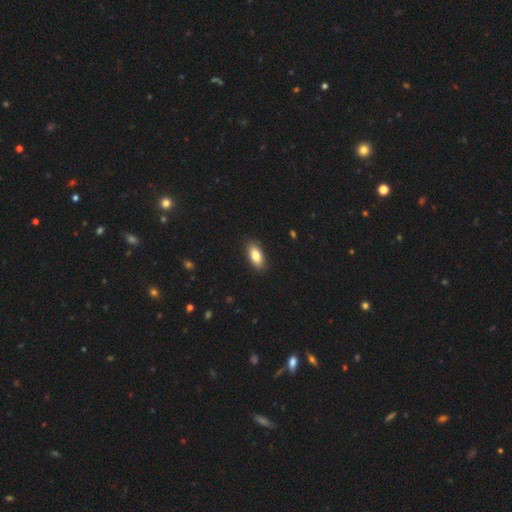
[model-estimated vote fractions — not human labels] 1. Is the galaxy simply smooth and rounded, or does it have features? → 82% smooth, 11% featured or disk, 7% star or artifact.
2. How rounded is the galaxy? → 89% in between, 8% cigar-shaped, 3% round.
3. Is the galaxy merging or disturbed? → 88% none, 9% minor disturbance, 2% major disturbance, 1% merger.